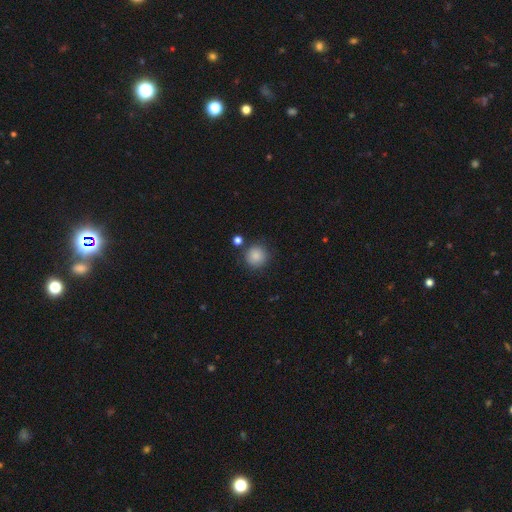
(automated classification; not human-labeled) This is clearly a smooth galaxy (87%). How rounded: clearly round (93%). Merging: clearly none (83%).